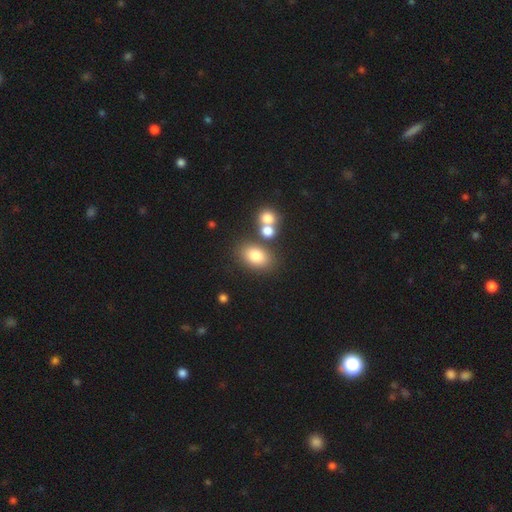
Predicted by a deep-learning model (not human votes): A smooth galaxy with no disk features (79%) that is in between round and cigar-shaped (79%).

Vote fractions:
- Smooth or featured? smooth: 79% / star or artifact: 10% / featured or disk: 10%
- How rounded? in between: 79% / round: 19% / cigar-shaped: 1%
- Merging? none: 68% / merger: 18% / minor disturbance: 10% / major disturbance: 4%